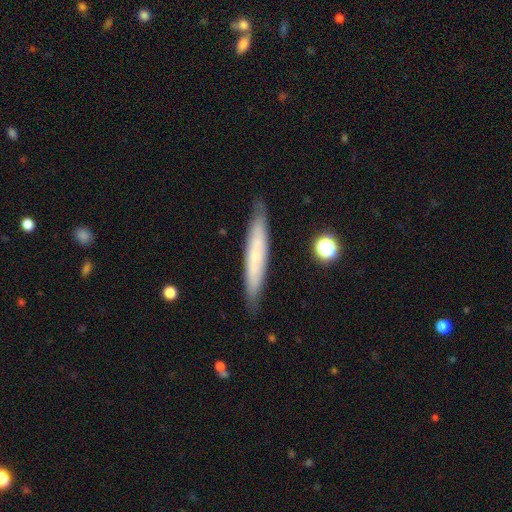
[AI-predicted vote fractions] Smooth or featured? smooth (50%)
How rounded? cigar-shaped (92%)
Merging? none (85%)